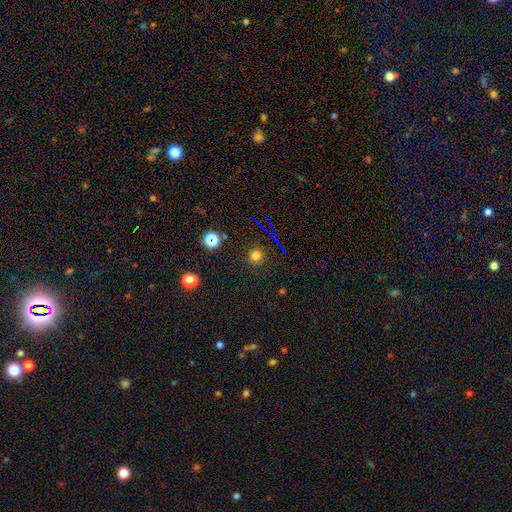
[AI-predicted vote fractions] A smooth galaxy with no disk features (70%) that is round (93%). Merging: none (89%).